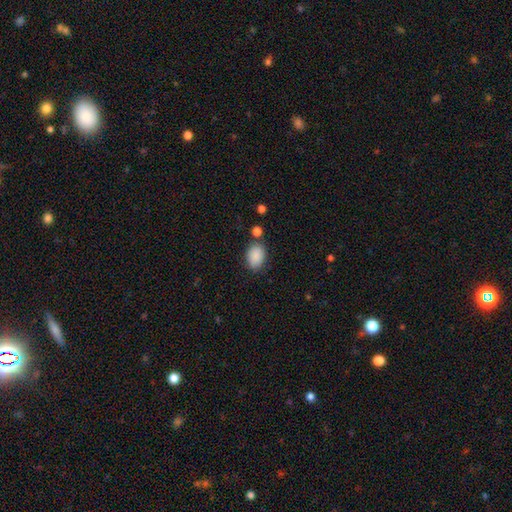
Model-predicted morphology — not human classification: A smooth galaxy with no disk features (89%) that is in between round and cigar-shaped (83%).

Vote fractions:
- Smooth or featured? smooth: 89% / star or artifact: 7% / featured or disk: 4%
- How rounded? in between: 83% / round: 15% / cigar-shaped: 1%
- Merging? none: 77% / minor disturbance: 13% / merger: 6% / major disturbance: 4%